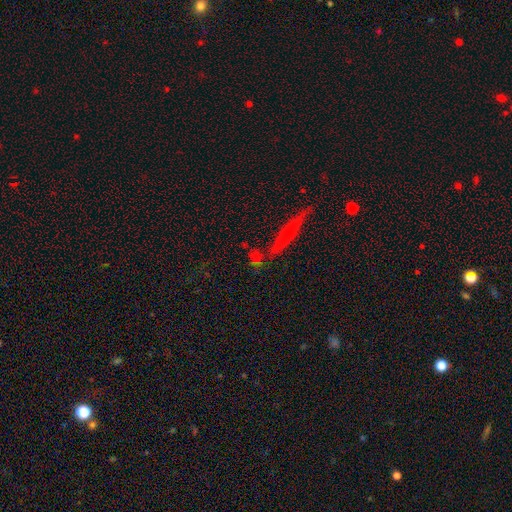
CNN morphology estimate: Smooth or featured? Predicted: smooth (p=0.49). Merging? Predicted: none (p=0.67).